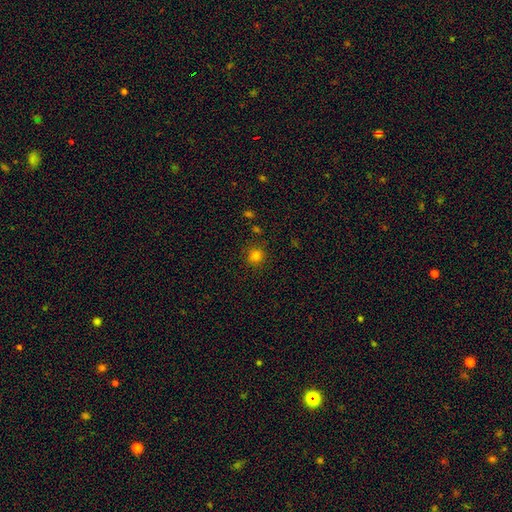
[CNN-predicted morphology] Smooth or featured? Predicted: smooth (p=0.80). How rounded? Predicted: round (p=0.92). Merging? Predicted: none (p=0.87).